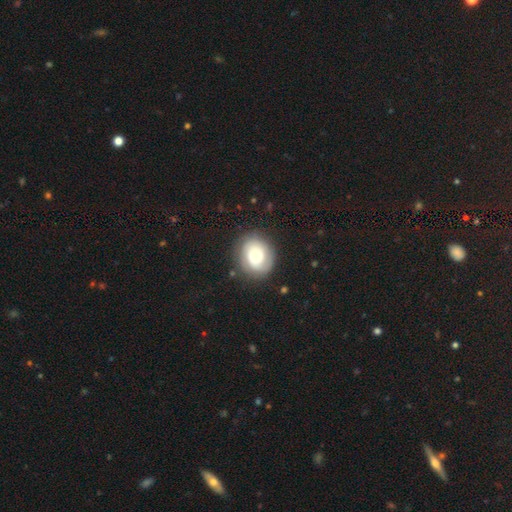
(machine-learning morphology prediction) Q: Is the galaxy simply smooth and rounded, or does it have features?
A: smooth — 54%.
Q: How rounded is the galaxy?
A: round — 68%.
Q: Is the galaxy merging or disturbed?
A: none — 79%.